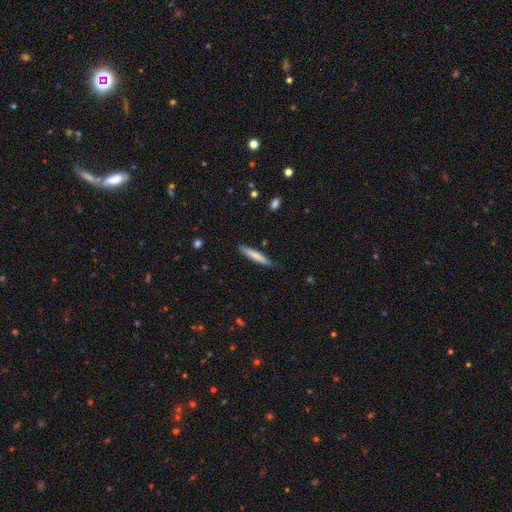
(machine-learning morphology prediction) smooth-or-featured: smooth: 73% | featured or disk: 22% | star or artifact: 5%
  how-rounded: cigar-shaped: 93% | in between: 5% | round: 1%
  merging: none: 83% | minor disturbance: 13% | major disturbance: 2% | merger: 2%